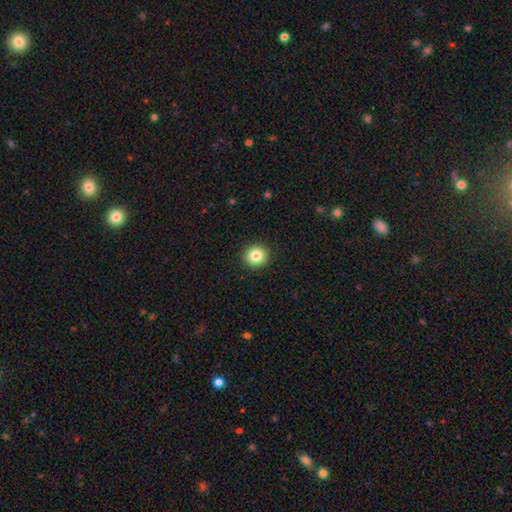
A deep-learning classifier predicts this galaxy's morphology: Smooth or featured? smooth (84%)
How rounded? round (91%)
Merging? none (92%)